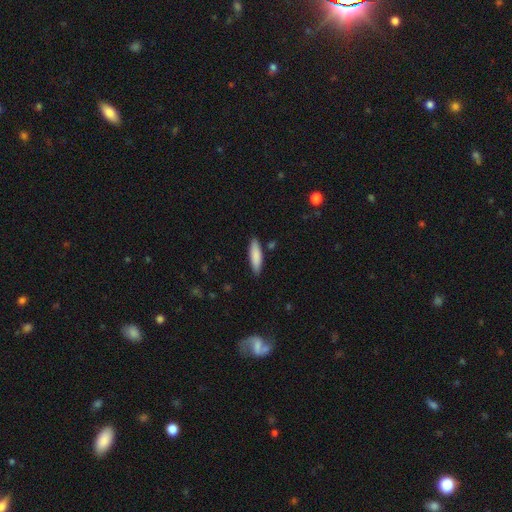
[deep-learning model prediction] Smooth or featured? Predicted: smooth (p=0.85). How rounded? Predicted: cigar-shaped (p=0.62). Merging? Predicted: none (p=0.86).